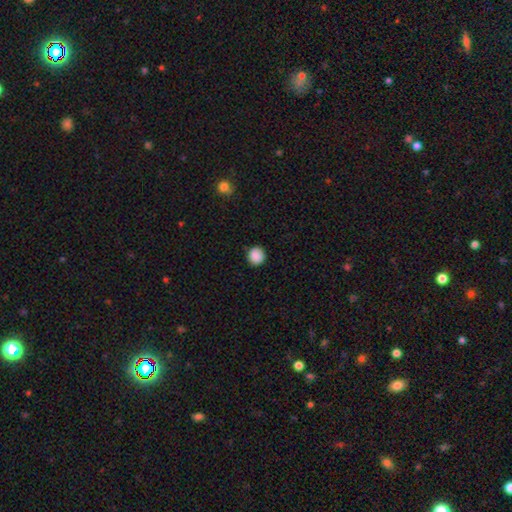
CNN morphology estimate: Overall: smooth (88%). How rounded: round (91%). Merging: none (88%).